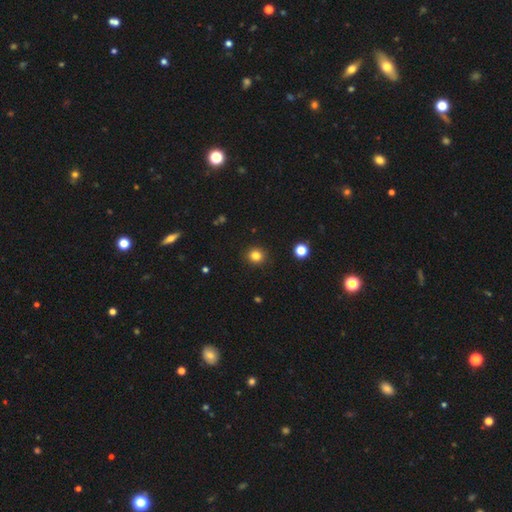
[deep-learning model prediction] Smooth or featured? Predicted: smooth (p=0.82). How rounded? Predicted: round (p=0.90). Merging? Predicted: none (p=0.92).